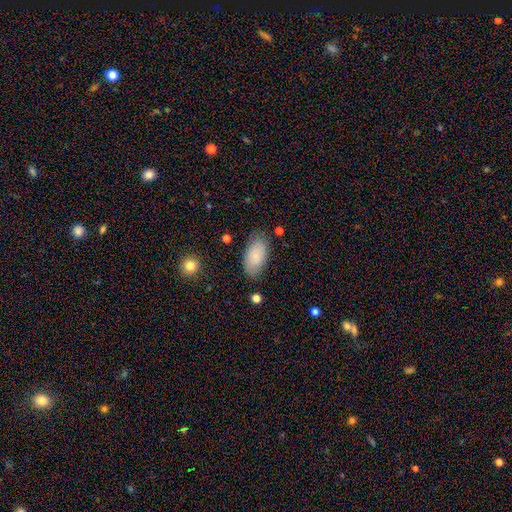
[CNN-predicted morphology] Q: Smooth or featured?
A: smooth (78%); runner-up: featured or disk (15%)
Q: How rounded?
A: in between (95%); runner-up: round (3%)
Q: Merging?
A: none (77%); runner-up: minor disturbance (17%)